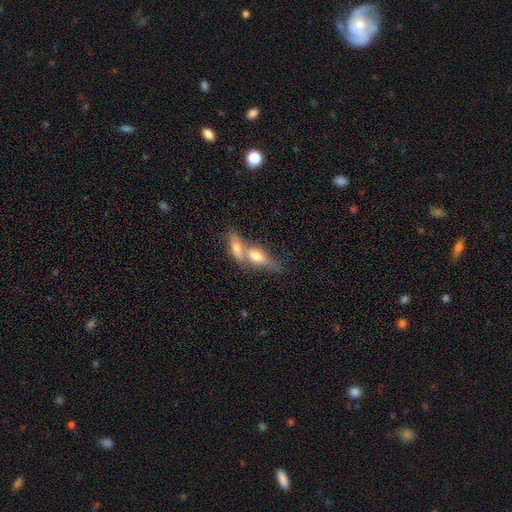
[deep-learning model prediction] This is possibly a smooth galaxy (59%). How rounded: likely in between (62%). Merging: likely merger (69%).